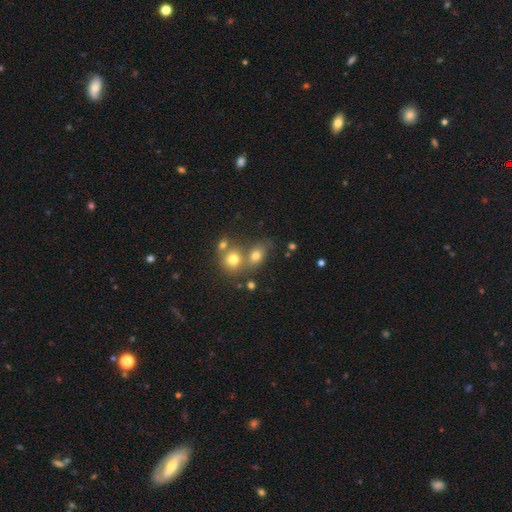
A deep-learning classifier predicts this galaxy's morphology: smooth-or-featured: smooth: 73% | star or artifact: 14% | featured or disk: 13%
  how-rounded: in between: 56% | round: 42% | cigar-shaped: 2%
  merging: none: 43% | merger: 42% | minor disturbance: 11% | major disturbance: 5%